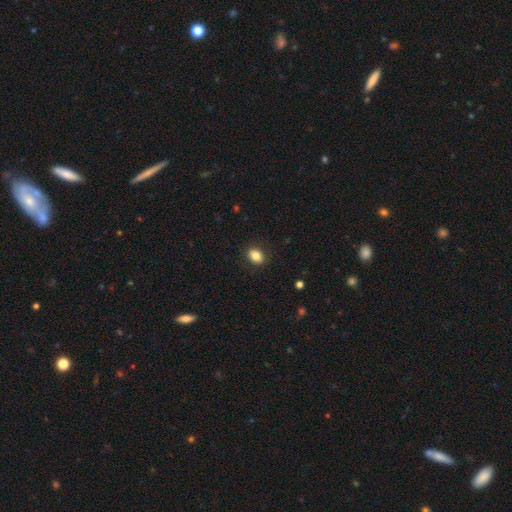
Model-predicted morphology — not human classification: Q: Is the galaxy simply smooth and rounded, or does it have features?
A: smooth — 85%.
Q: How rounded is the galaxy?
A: in between — 74%.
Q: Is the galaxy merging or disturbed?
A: none — 88%.